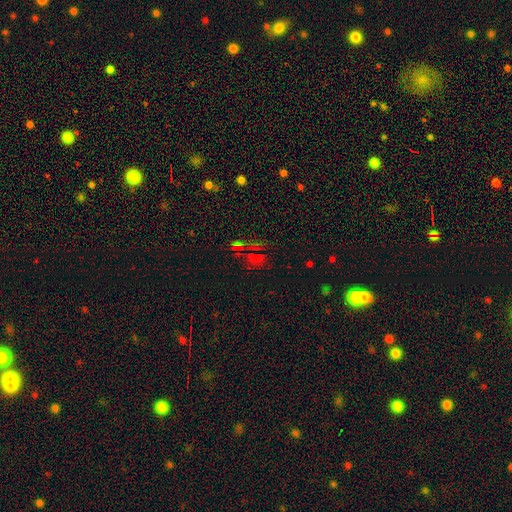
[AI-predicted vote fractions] smooth-or-featured: star or artifact: 52% | smooth: 38% | featured or disk: 9%